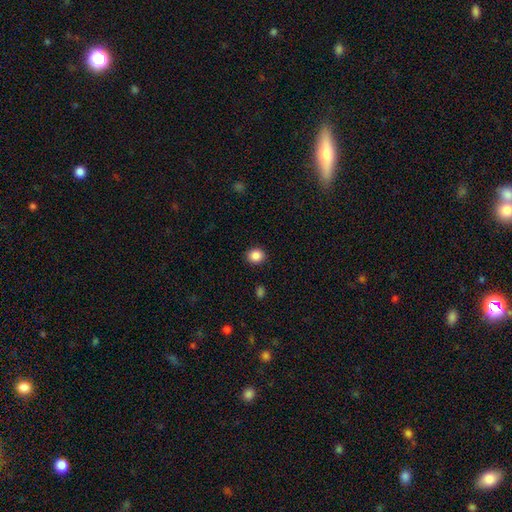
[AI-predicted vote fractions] This appears to be a smooth galaxy with no disk features (87%) that is round (82%). Merging: none (90%).